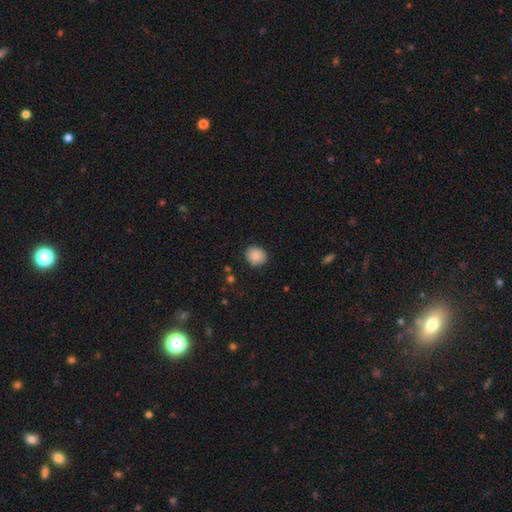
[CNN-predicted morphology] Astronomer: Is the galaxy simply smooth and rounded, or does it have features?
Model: smooth — 88%.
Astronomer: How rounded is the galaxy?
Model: round — 72%.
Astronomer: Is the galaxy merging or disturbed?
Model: none — 86%.